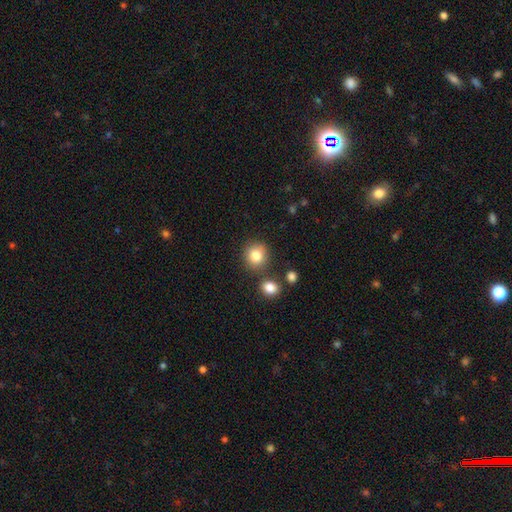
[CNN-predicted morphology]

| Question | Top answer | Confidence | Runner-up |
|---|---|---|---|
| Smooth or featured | smooth | 83% | star or artifact (10%) |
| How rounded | round | 87% | in between (13%) |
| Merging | none | 78% | minor disturbance (10%) |